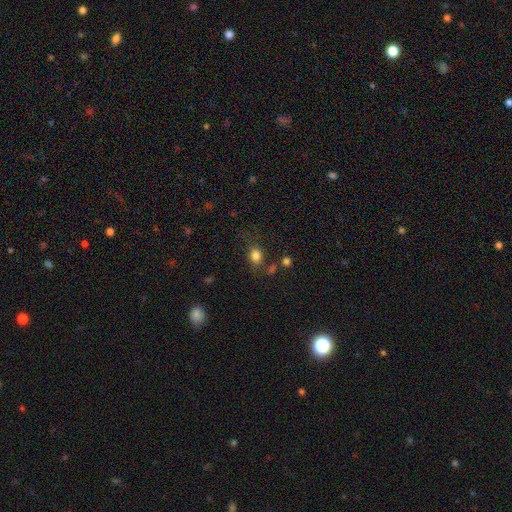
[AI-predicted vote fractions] Q: Smooth or featured?
A: smooth (81%); runner-up: star or artifact (12%)
Q: How rounded?
A: in between (52%); runner-up: round (47%)
Q: Merging?
A: none (68%); runner-up: minor disturbance (17%)